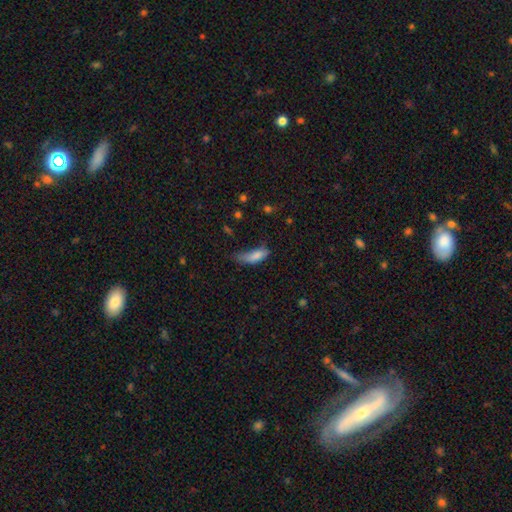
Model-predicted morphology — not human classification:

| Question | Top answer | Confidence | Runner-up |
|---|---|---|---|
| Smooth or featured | smooth | 80% | featured or disk (11%) |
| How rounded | in between | 66% | cigar-shaped (31%) |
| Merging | minor disturbance | 41% | none (28%) |